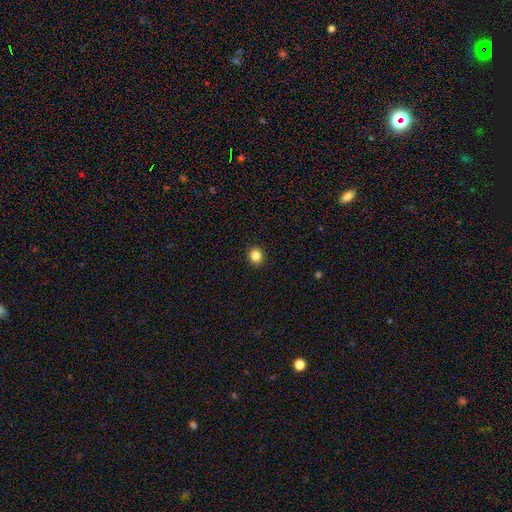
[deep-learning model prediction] Q: Smooth or featured?
A: smooth (85%); runner-up: star or artifact (11%)
Q: How rounded?
A: round (89%); runner-up: in between (10%)
Q: Merging?
A: none (93%); runner-up: minor disturbance (5%)